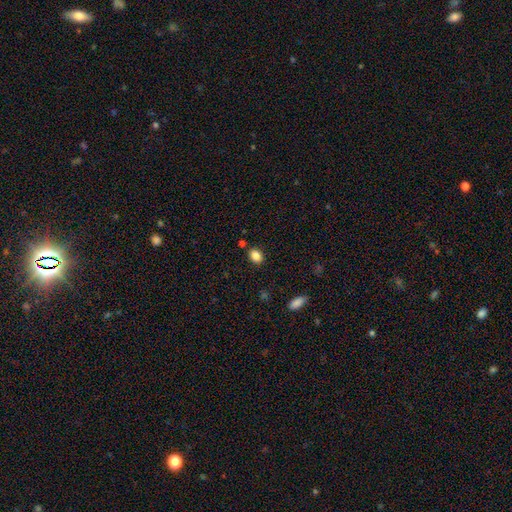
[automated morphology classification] This appears to be a smooth galaxy with no disk features (85%) that is in between round and cigar-shaped (67%). Merging: none (84%).